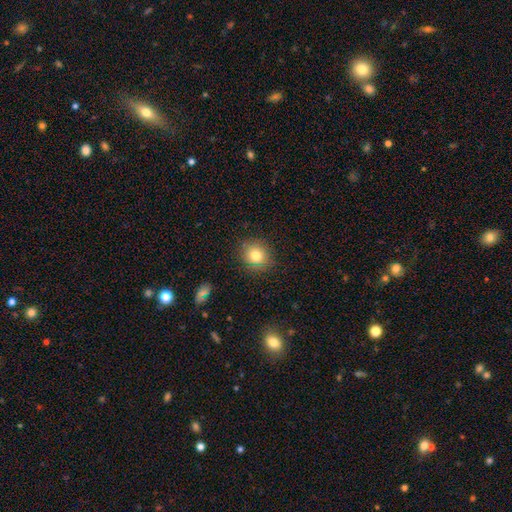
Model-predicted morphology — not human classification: Smooth or featured? smooth (79%)
How rounded? round (84%)
Merging? none (86%)